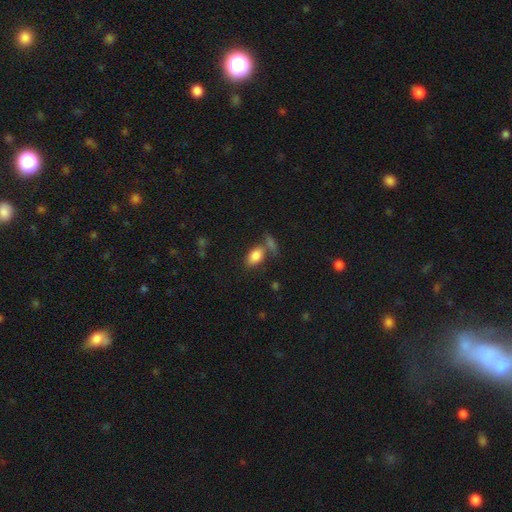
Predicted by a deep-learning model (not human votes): smooth-or-featured: smooth: 84% | star or artifact: 8% | featured or disk: 8%
  how-rounded: in between: 89% | round: 9% | cigar-shaped: 3%
  merging: none: 53% | merger: 27% | minor disturbance: 13% | major disturbance: 6%